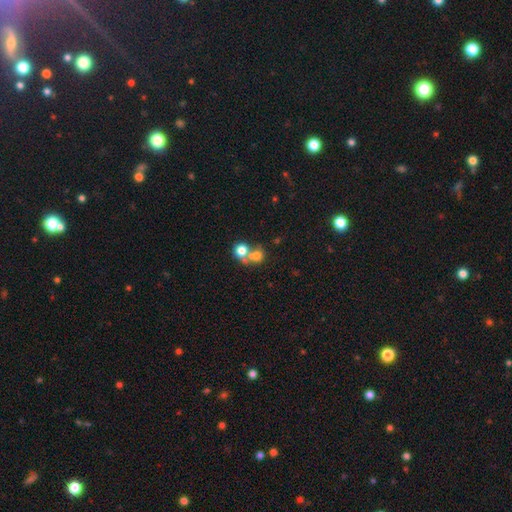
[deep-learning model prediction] smooth 68%, featured or disk 19%, star or artifact 13%. Down the decision tree: how rounded — round (76%); merging — merger (62%).